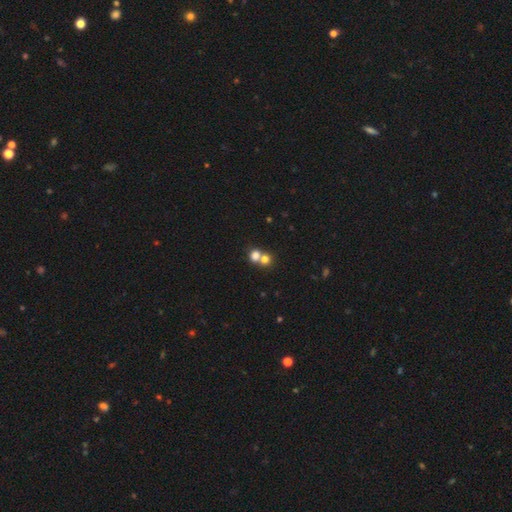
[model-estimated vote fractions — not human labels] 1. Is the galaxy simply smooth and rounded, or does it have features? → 76% smooth, 13% star or artifact, 11% featured or disk.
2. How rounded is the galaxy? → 75% round, 24% in between, 1% cigar-shaped.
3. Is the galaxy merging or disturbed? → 55% merger, 37% none, 5% minor disturbance, 3% major disturbance.